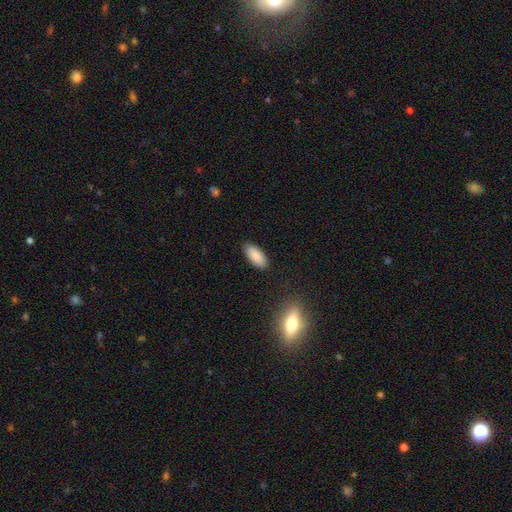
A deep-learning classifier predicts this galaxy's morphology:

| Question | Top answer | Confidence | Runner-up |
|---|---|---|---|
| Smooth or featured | smooth | 88% | star or artifact (7%) |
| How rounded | in between | 86% | cigar-shaped (12%) |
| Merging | none | 87% | minor disturbance (9%) |